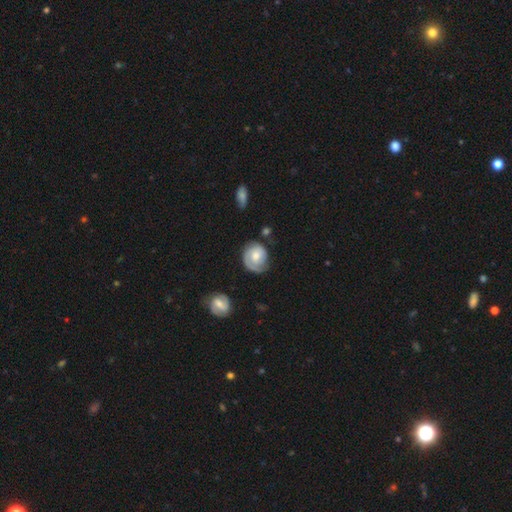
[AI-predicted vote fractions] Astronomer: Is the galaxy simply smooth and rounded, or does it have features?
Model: featured or disk — 55% (runner-up: smooth, 40%).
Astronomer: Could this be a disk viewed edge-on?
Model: no — 97%.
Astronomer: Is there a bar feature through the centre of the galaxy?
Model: no — 68%.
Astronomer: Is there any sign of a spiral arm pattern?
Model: yes — 84%.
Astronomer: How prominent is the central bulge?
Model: moderate — 61%.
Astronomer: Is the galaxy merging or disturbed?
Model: none — 62%.